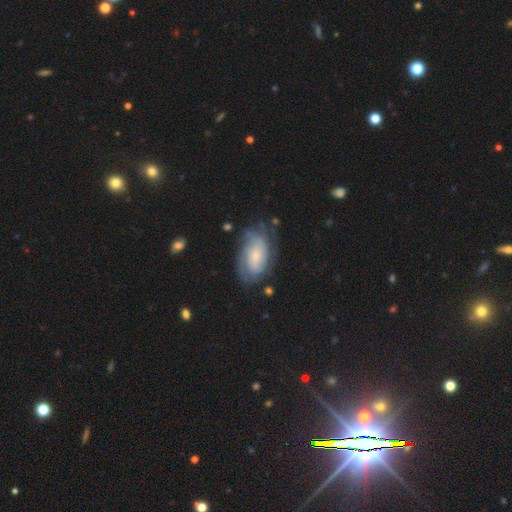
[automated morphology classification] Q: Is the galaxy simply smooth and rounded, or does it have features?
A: featured or disk — 65%.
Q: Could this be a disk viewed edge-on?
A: no — 95%.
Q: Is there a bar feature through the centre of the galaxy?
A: no — 71%.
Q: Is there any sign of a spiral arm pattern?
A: yes — 87%.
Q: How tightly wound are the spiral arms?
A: tight — 54%.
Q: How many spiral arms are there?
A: can't tell — 45%.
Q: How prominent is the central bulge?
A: small — 56%.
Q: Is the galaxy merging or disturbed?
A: none — 64%.